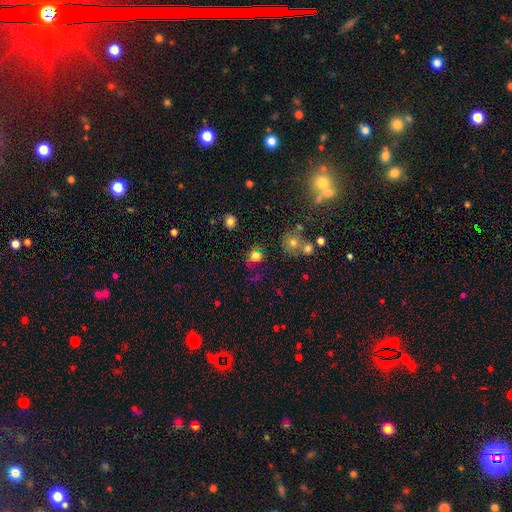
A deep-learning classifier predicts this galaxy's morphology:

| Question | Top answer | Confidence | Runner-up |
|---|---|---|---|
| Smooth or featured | smooth | 70% | star or artifact (15%) |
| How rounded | round | 66% | in between (33%) |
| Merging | none | 55% | minor disturbance (21%) |